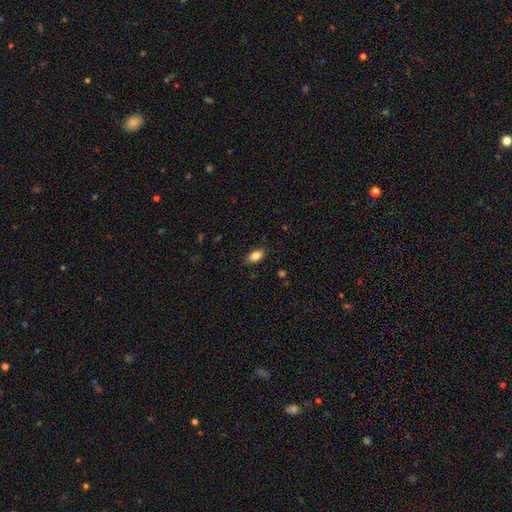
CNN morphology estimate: This is clearly a smooth galaxy (86%). How rounded: clearly in between (90%). Merging: clearly none (82%).